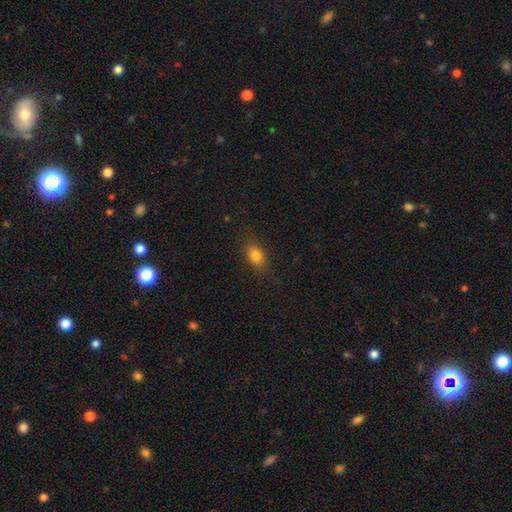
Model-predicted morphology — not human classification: Overall: smooth (81%). How rounded: in between (77%). Merging: none (82%).